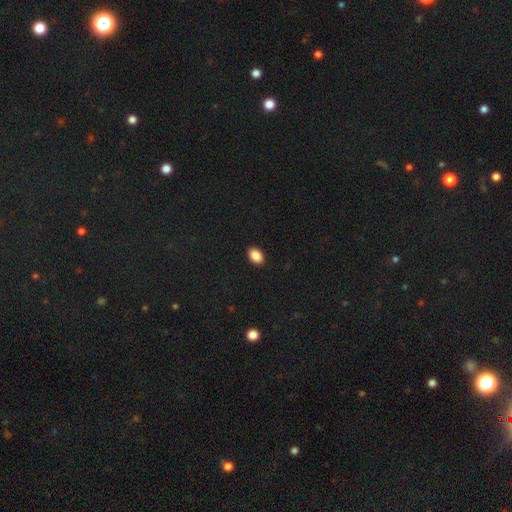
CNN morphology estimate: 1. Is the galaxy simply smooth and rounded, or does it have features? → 89% smooth, 8% star or artifact, 3% featured or disk.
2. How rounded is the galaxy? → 88% in between, 11% round, 1% cigar-shaped.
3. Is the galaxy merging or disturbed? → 90% none, 7% minor disturbance, 2% major disturbance, 1% merger.